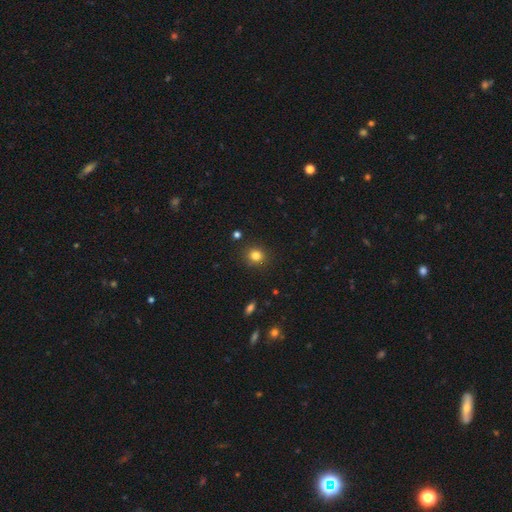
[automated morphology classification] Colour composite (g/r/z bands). It shows a smooth galaxy with no disk features (82%) that is round (85%). Merging: none (89%).